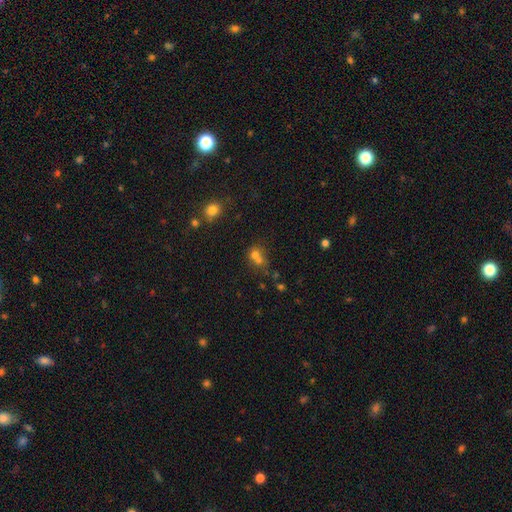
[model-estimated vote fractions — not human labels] Smooth or featured: smooth — 67% (star or artifact — 18%)
How rounded: round — 68% (in between — 31%)
Merging: merger — 57% (none — 31%)